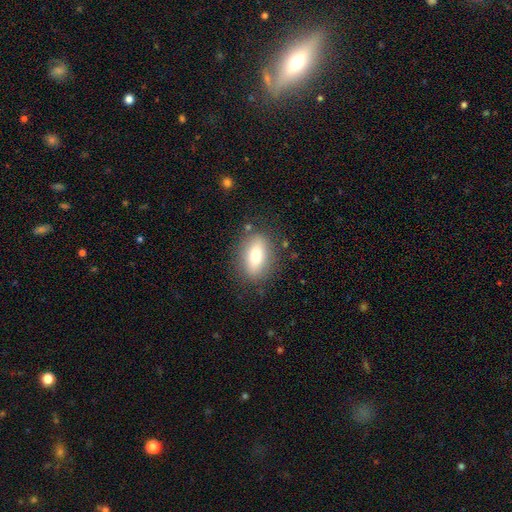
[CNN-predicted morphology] This is likely a smooth galaxy (72%). How rounded: clearly in between (80%). Merging: clearly none (82%).